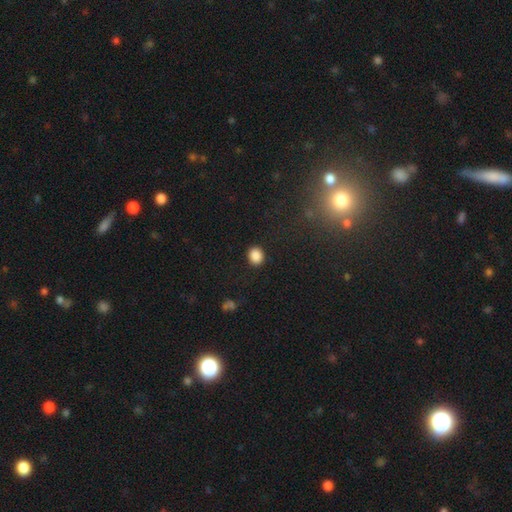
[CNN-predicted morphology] smooth_or_featured: smooth (p=0.88) [alt: star or artifact p=0.09]
how_rounded: round (p=0.65) [alt: in between p=0.34]
merging: none (p=0.89) [alt: minor disturbance p=0.07]